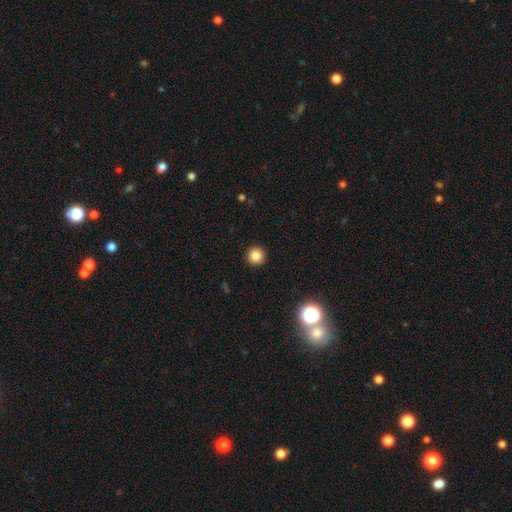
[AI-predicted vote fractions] A smooth galaxy with no disk features (84%) that is round (96%).

Vote fractions:
- Smooth or featured? smooth: 84% / star or artifact: 11% / featured or disk: 5%
- How rounded? round: 96% / in between: 3% / cigar-shaped: 1%
- Merging? none: 93% / minor disturbance: 4% / major disturbance: 2% / merger: 1%